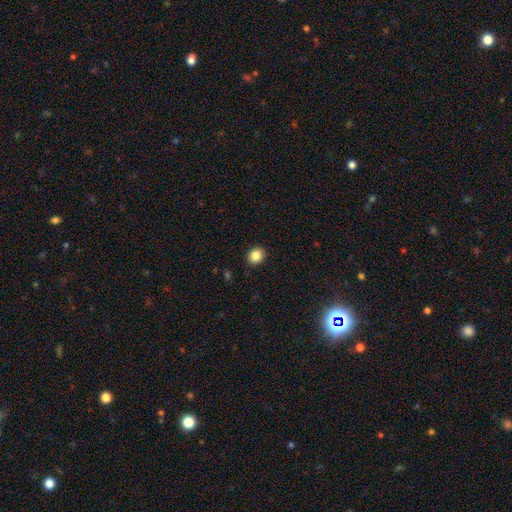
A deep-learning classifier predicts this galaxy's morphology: Smooth or featured? smooth (85%)
How rounded? round (75%)
Merging? none (92%)